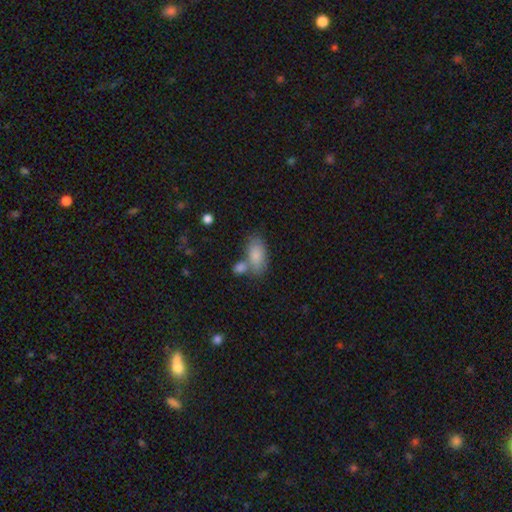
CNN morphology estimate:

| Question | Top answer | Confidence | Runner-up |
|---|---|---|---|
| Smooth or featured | smooth | 83% | featured or disk (11%) |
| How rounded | in between | 91% | round (4%) |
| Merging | none | 49% | merger (30%) |